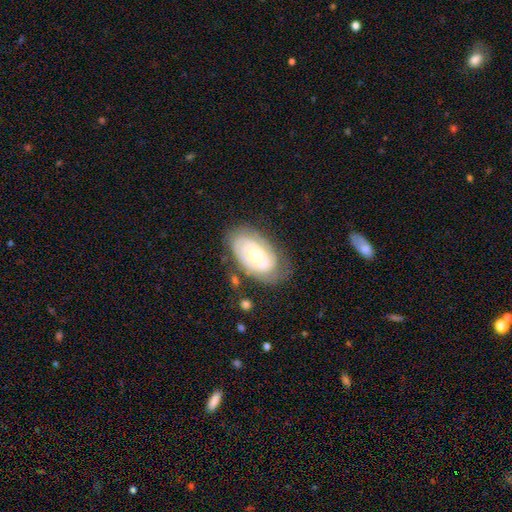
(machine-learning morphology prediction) This is likely a featured or disk galaxy (72%). It is clearly not viewed edge-on (95%). Bar: likely no (72%). Spiral arm pattern: clearly yes (87%). Spiral arm count: marginally can't tell (39%). Spiral winding: likely tight (70%). Central bulge: possibly moderate (48%). Merging: likely none (69%).